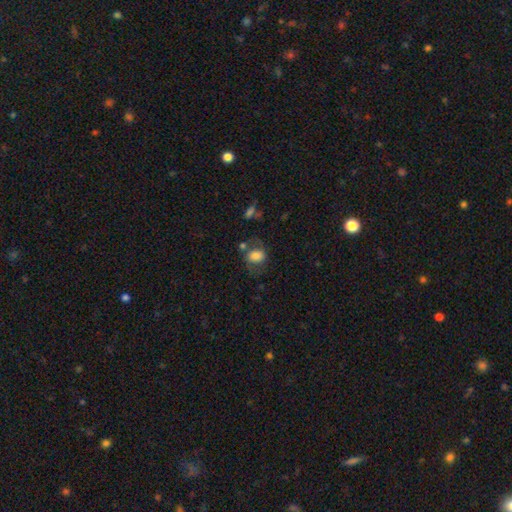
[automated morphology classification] smooth-or-featured: smooth: 70% | featured or disk: 21% | star or artifact: 9%
  how-rounded: in between: 63% | round: 36% | cigar-shaped: 1%
  merging: none: 53% | minor disturbance: 21% | major disturbance: 14% | merger: 12%